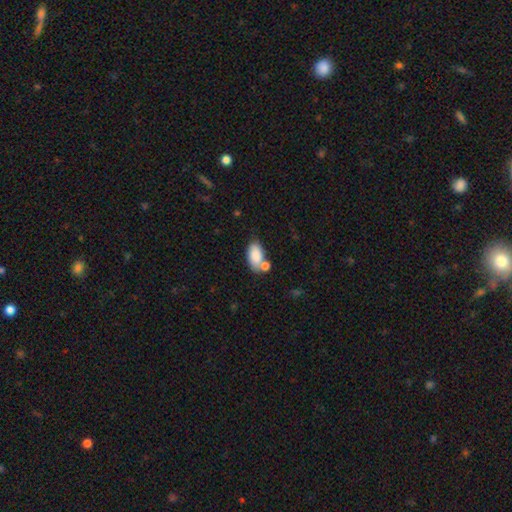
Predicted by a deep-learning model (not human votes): Overall: smooth (84%). How rounded: in between (93%). Merging: none (52%; merger 27%).